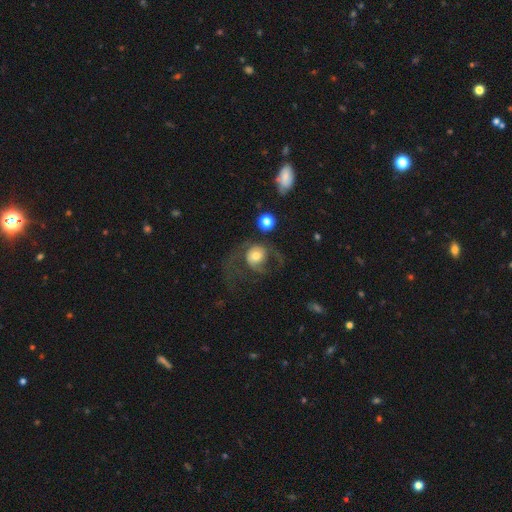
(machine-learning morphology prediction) This appears to be a featured or disk galaxy (48%). Merging: major disturbance (56%).